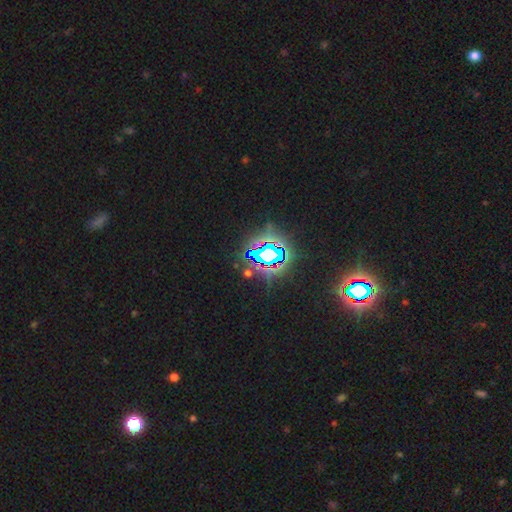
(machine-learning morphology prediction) The model was most divided on "smooth or featured": star or artifact: 78%, smooth: 12%, featured or disk: 9%.